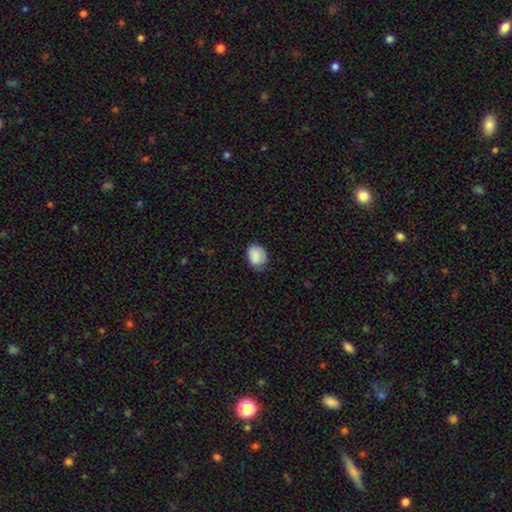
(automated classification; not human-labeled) This is clearly a smooth galaxy (86%). How rounded: possibly in between (58%). Merging: likely none (67%).